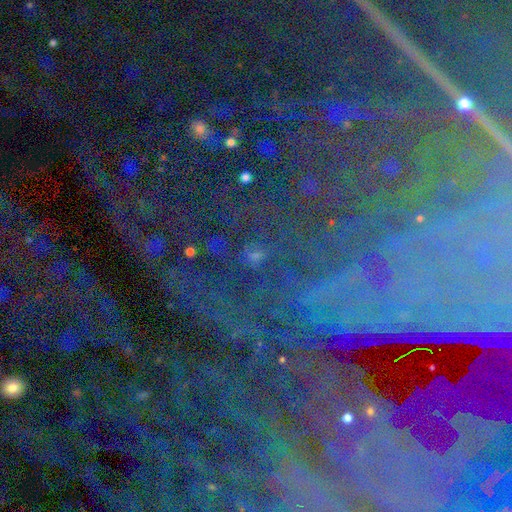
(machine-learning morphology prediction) Smooth or featured? Predicted: star or artifact (p=0.79).